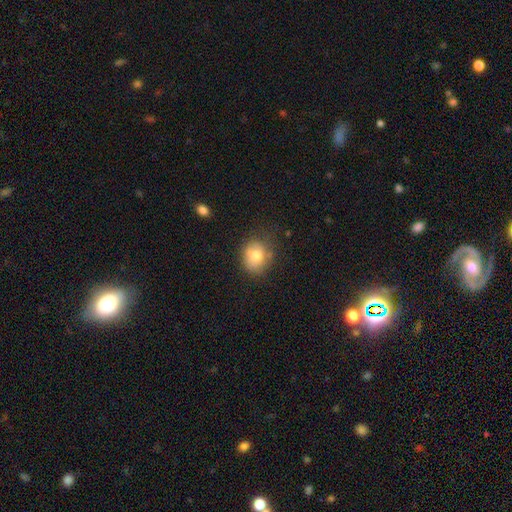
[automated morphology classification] This appears to be a smooth galaxy with no disk features (77%) that is round (67%). Merging: none (67%).